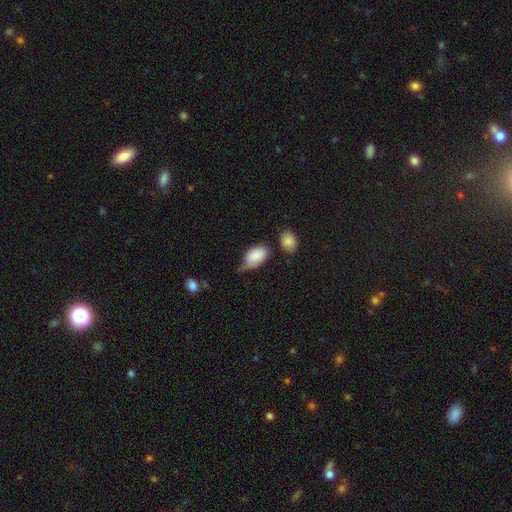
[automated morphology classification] smooth_or_featured: smooth (p=0.83) [alt: featured or disk p=0.11]
how_rounded: in between (p=0.89) [alt: round p=0.09]
merging: minor disturbance (p=0.42) [alt: none p=0.28]